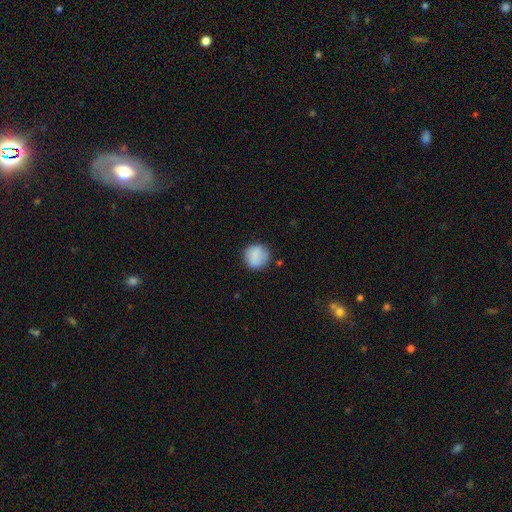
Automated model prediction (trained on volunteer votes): Smooth or featured? smooth (85%)
How rounded? round (87%)
Merging? none (76%)